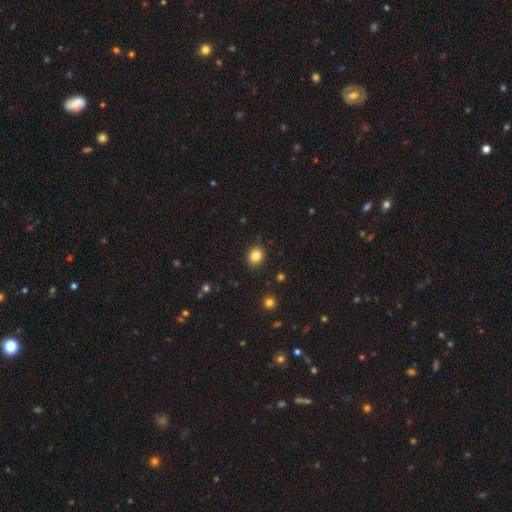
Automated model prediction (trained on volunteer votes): Smooth or featured: smooth — 84% (star or artifact — 10%)
How rounded: round — 64% (in between — 36%)
Merging: none — 89% (minor disturbance — 7%)